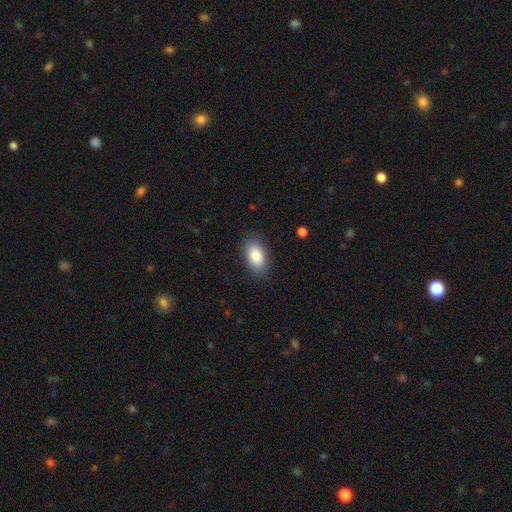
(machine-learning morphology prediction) The model was most divided on "merging": none: 85%, minor disturbance: 11%, major disturbance: 3%, merger: 1%. More confident: how rounded — in between (93%); smooth or featured — smooth (86%).